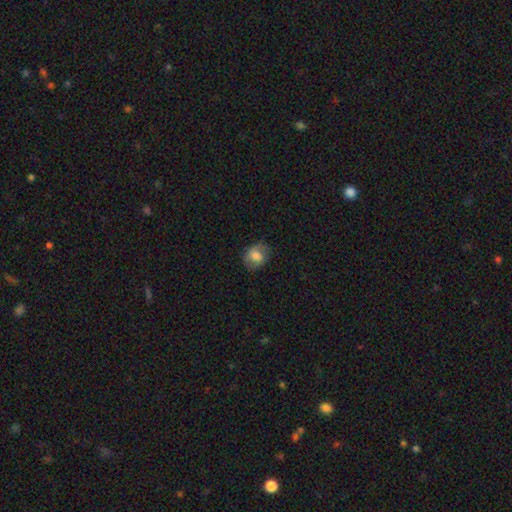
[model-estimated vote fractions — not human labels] smooth-or-featured: smooth: 69% | featured or disk: 23% | star or artifact: 9%
  how-rounded: round: 50% | in between: 49% | cigar-shaped: 1%
  merging: none: 68% | minor disturbance: 23% | major disturbance: 8% | merger: 1%